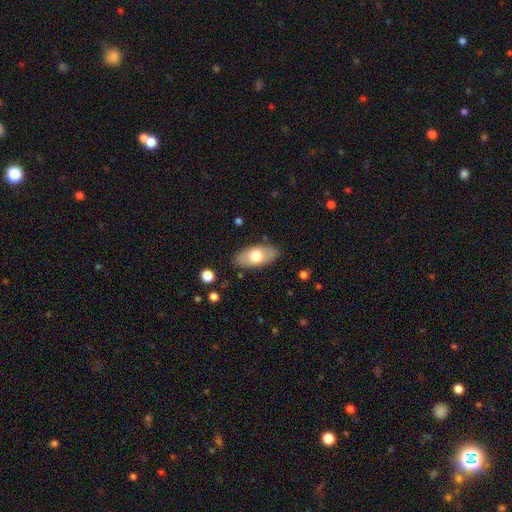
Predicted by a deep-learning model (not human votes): Smooth or featured?
  - smooth: 64% *
  - featured or disk: 30%
  - star or artifact: 6%
How rounded?
  - in between: 92% *
  - cigar-shaped: 5%
  - round: 3%
Merging?
  - none: 84% *
  - minor disturbance: 12%
  - major disturbance: 3%
  - merger: 1%